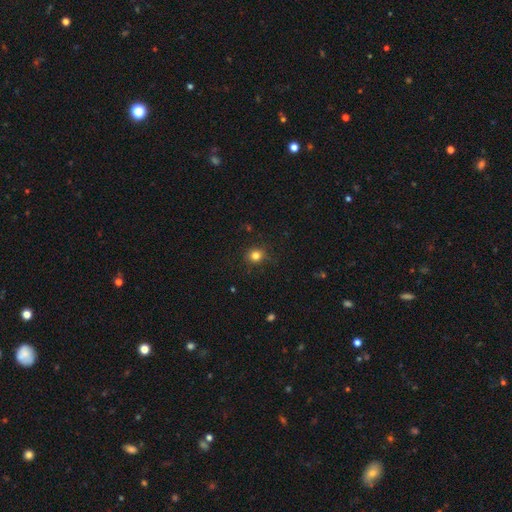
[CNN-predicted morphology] Overall: smooth (82%). How rounded: round (86%). Merging: none (85%).